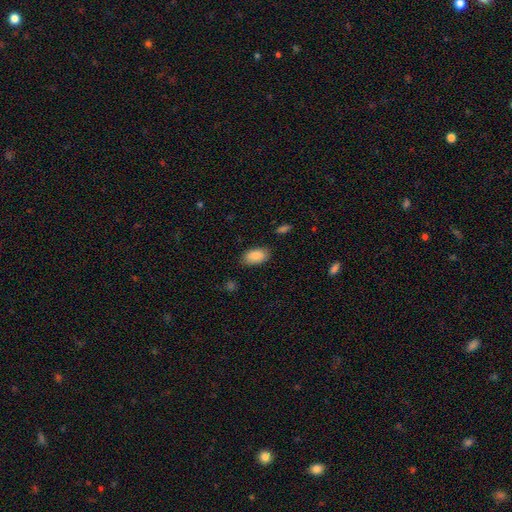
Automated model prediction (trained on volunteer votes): smooth-or-featured: smooth: 87% | star or artifact: 7% | featured or disk: 6%
  how-rounded: in between: 94% | round: 4% | cigar-shaped: 2%
  merging: none: 84% | minor disturbance: 11% | major disturbance: 3% | merger: 1%